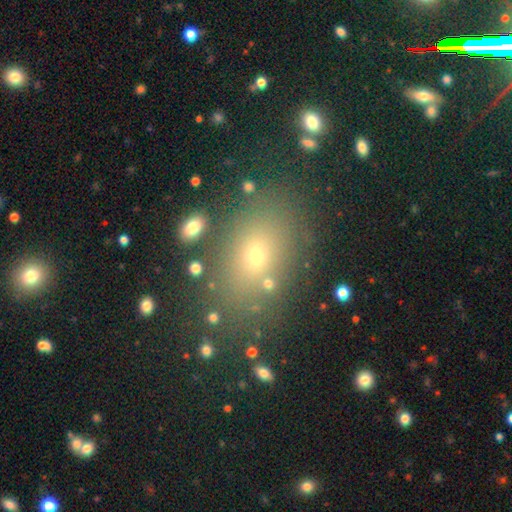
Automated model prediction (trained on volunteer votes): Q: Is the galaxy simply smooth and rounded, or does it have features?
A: smooth — 66%.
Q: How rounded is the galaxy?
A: in between — 76%.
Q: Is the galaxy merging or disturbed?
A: none — 77%.